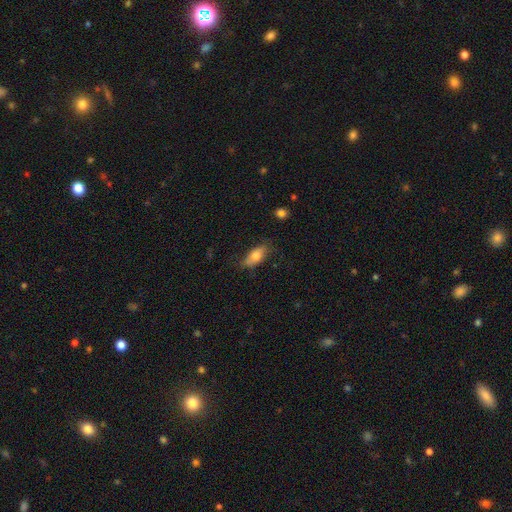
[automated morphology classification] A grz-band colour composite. It shows a smooth galaxy with no disk features (74%) that is in between round and cigar-shaped (81%). Merging: none (71%).